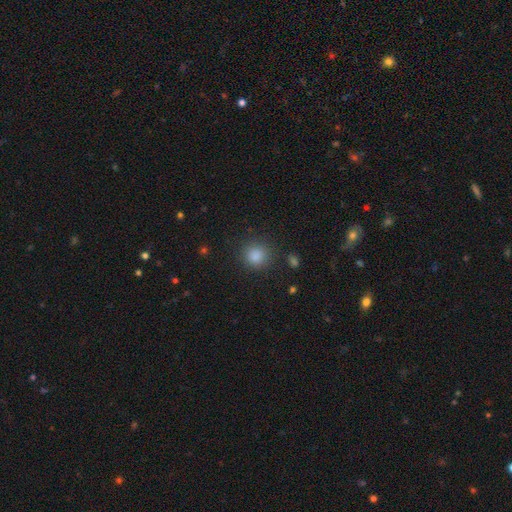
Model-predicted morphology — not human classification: smooth 85%, star or artifact 11%, featured or disk 4%. Down the decision tree: how rounded — round (91%); merging — none (86%).